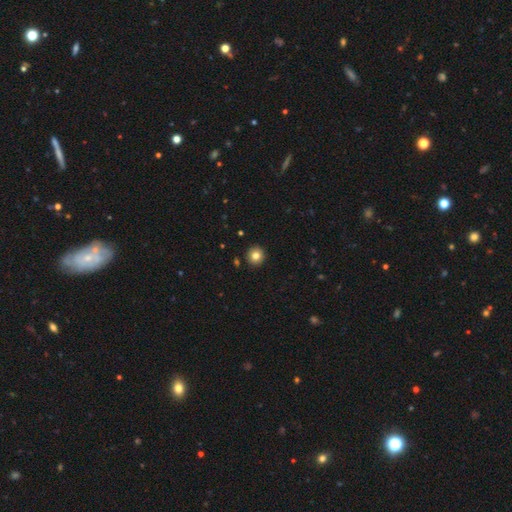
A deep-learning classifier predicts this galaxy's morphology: A smooth galaxy with no disk features (81%) that is round (91%). Merging: none (91%).